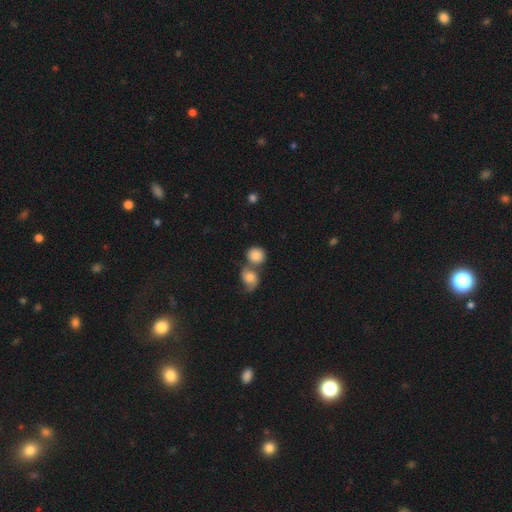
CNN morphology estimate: smooth 82%, featured or disk 10%, star or artifact 7%. Down the decision tree: how rounded — round (81%); merging — merger (45%).